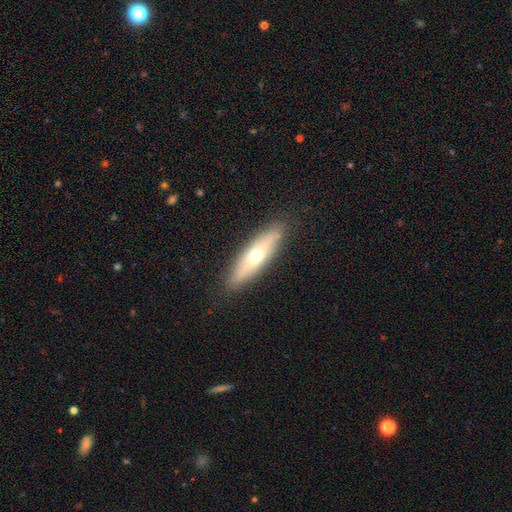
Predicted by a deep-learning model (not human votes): The model was most divided on "smooth or featured": smooth: 52%, featured or disk: 42%, star or artifact: 6%. More confident: merging — none (87%); how rounded — cigar-shaped (68%).